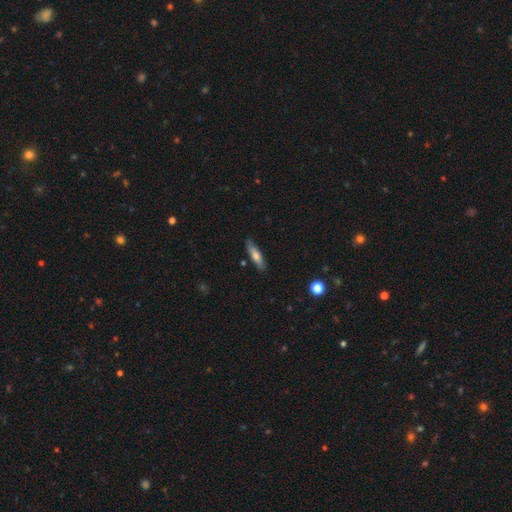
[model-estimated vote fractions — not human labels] smooth-or-featured: smooth: 66% | featured or disk: 28% | star or artifact: 6%
  how-rounded: cigar-shaped: 77% | in between: 21% | round: 2%
  merging: none: 85% | minor disturbance: 11% | major disturbance: 2% | merger: 2%